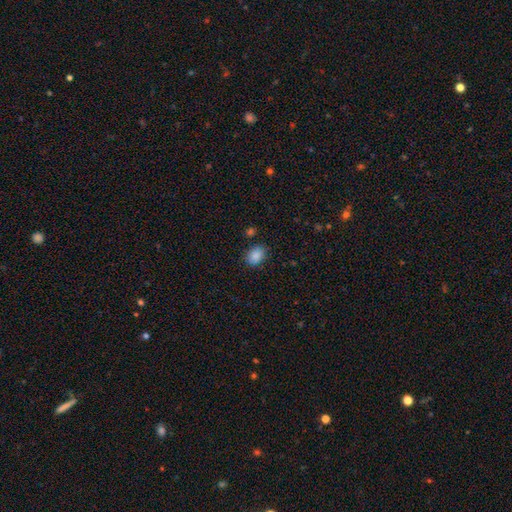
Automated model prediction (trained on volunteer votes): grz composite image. It shows a smooth galaxy with no disk features (87%) that is in between round and cigar-shaped (70%). Merging: none (82%).